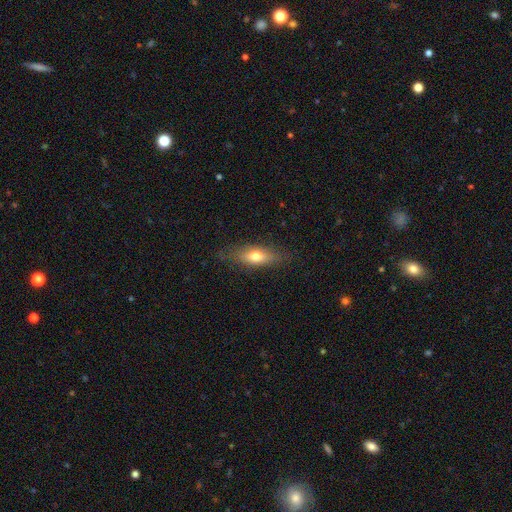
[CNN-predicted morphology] smooth_or_featured: smooth (p=0.65) [alt: featured or disk p=0.28]
how_rounded: in between (p=0.62) [alt: cigar-shaped p=0.33]
merging: none (p=0.79) [alt: minor disturbance p=0.15]